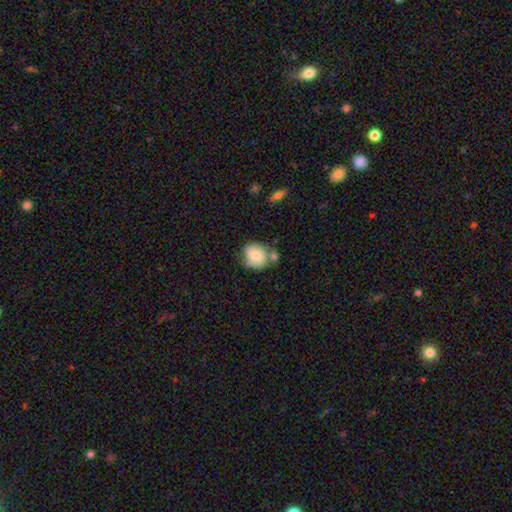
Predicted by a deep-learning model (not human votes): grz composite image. It shows a smooth galaxy with no disk features (67%) that is round (69%). Merging: none (44%).